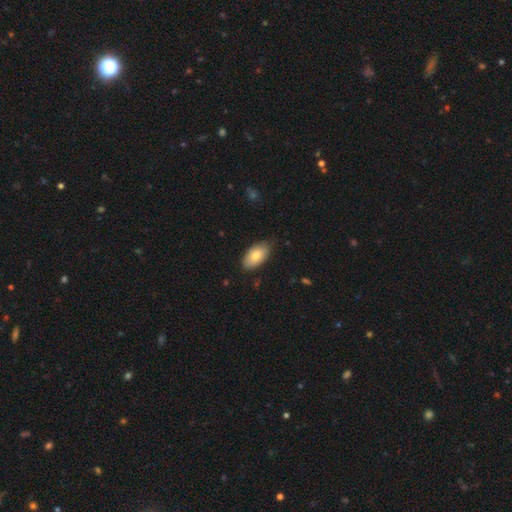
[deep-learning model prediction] Morphology: type=smooth (78%); roundness=in between (94%); merging=none (76%).